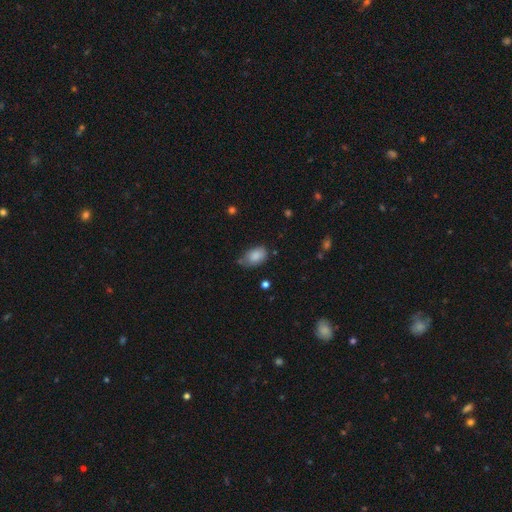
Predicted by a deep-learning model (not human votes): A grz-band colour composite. It shows a smooth galaxy with no disk features (86%) that is in between round and cigar-shaped (89%). Merging: none (63%).